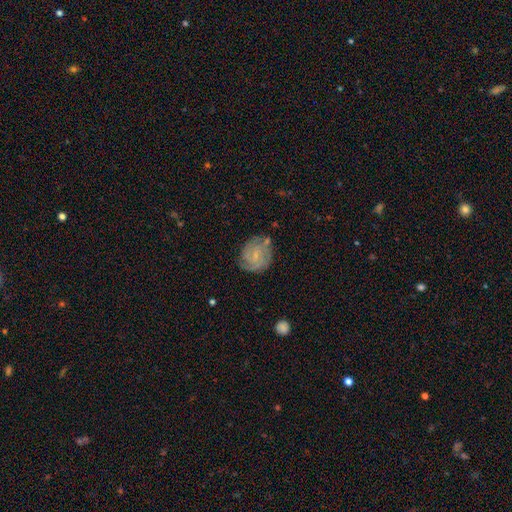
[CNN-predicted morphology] Q: Smooth or featured?
A: featured or disk (72%); runner-up: smooth (20%)
Q: Edge-on disk?
A: no (98%); runner-up: yes (2%)
Q: Bar?
A: no (50%); runner-up: weak (43%)
Q: Spiral arms?
A: yes (94%); runner-up: no (6%)
Q: Spiral winding?
A: tight (62%); runner-up: medium (30%)
Q: Spiral arm count?
A: 2 (29%); runner-up: can't tell (27%)
Q: Bulge size?
A: small (73%); runner-up: moderate (16%)
Q: Merging?
A: none (72%); runner-up: minor disturbance (18%)